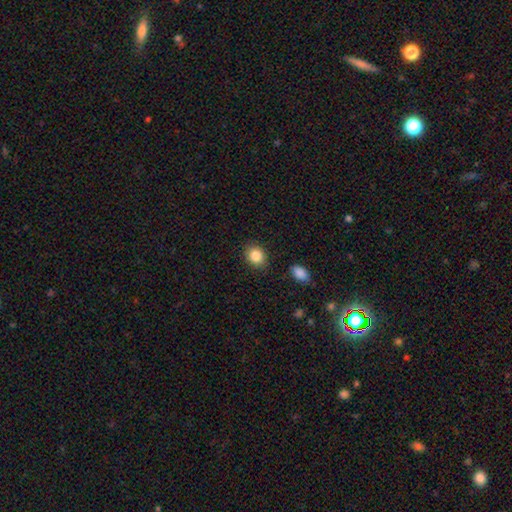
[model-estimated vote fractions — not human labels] smooth-or-featured: smooth: 86% | star or artifact: 9% | featured or disk: 6%
  how-rounded: round: 55% | in between: 45% | cigar-shaped: 1%
  merging: none: 86% | minor disturbance: 9% | major disturbance: 2% | merger: 2%